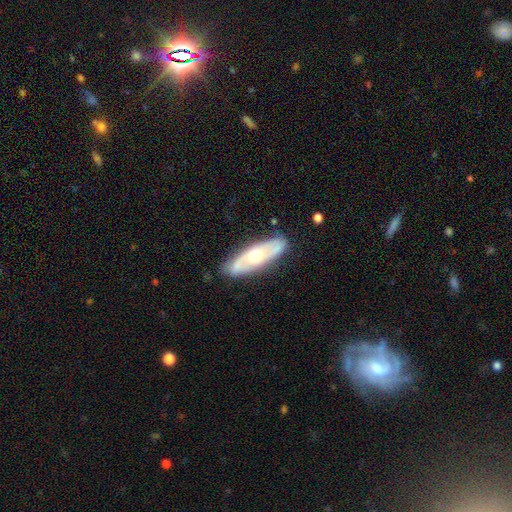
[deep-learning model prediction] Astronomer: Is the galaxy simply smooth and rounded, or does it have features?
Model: featured or disk — 63%.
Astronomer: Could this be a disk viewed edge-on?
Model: no — 73%.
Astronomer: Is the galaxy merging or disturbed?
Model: none — 81%.